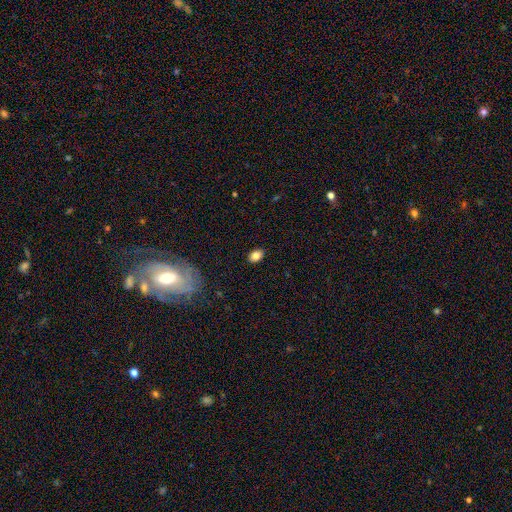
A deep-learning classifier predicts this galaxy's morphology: type=smooth (84%); roundness=in between (80%); merging=none (88%).